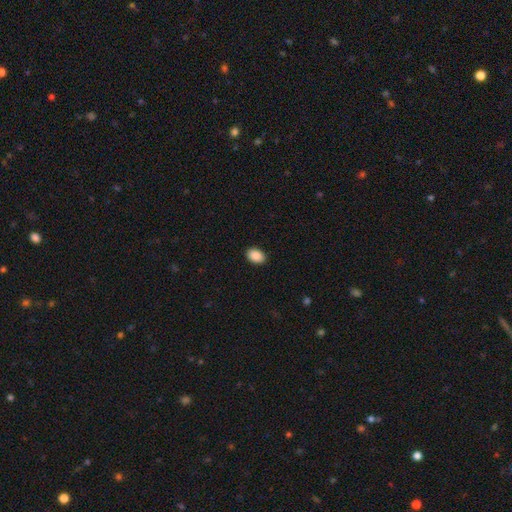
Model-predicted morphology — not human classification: Q: Smooth or featured?
A: smooth (90%); runner-up: star or artifact (7%)
Q: How rounded?
A: in between (80%); runner-up: round (19%)
Q: Merging?
A: none (90%); runner-up: minor disturbance (7%)